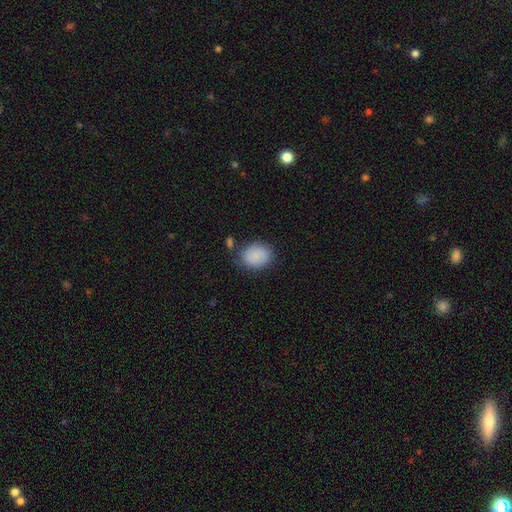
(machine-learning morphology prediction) Q: Smooth or featured?
A: smooth (85%); runner-up: featured or disk (8%)
Q: How rounded?
A: in between (52%); runner-up: round (47%)
Q: Merging?
A: none (69%); runner-up: minor disturbance (20%)